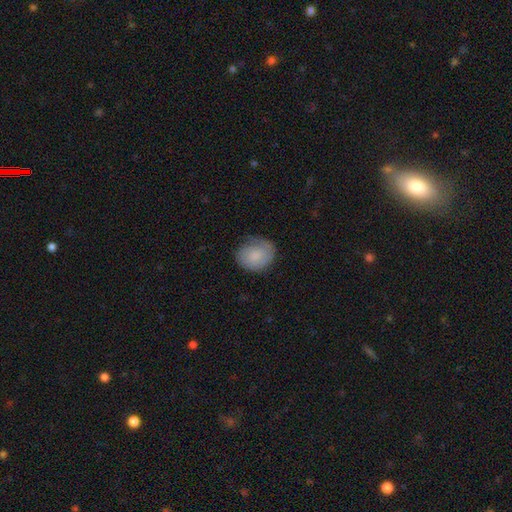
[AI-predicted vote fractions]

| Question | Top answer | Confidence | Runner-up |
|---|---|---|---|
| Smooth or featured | smooth | 72% | featured or disk (21%) |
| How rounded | round | 64% | in between (35%) |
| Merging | none | 64% | minor disturbance (26%) |